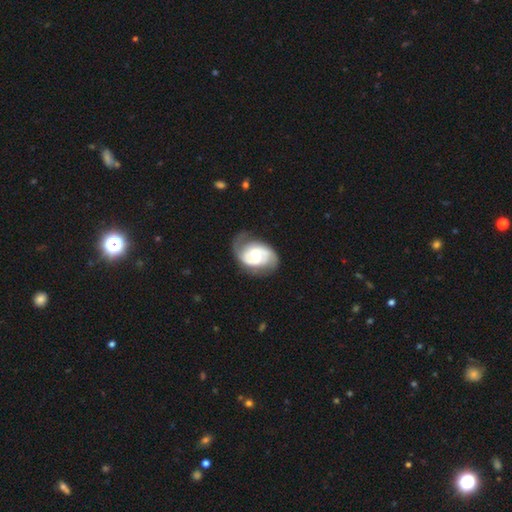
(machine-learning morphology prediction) type=featured or disk (83%); edge-on=no (98%); bar=weak (50%); spiral arms=yes (95%); winding=medium (47%); arm count=2 (84%); bulge=moderate (49%); merging=none (60%).